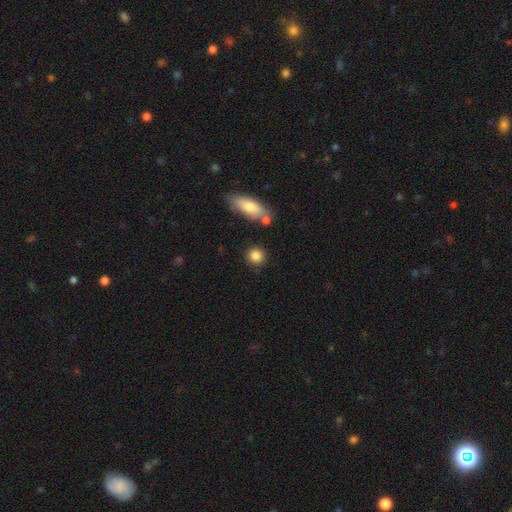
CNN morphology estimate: The model was most divided on "merging": none: 81%, minor disturbance: 9%, merger: 7%, major disturbance: 3%. More confident: how rounded — round (86%); smooth or featured — smooth (85%).